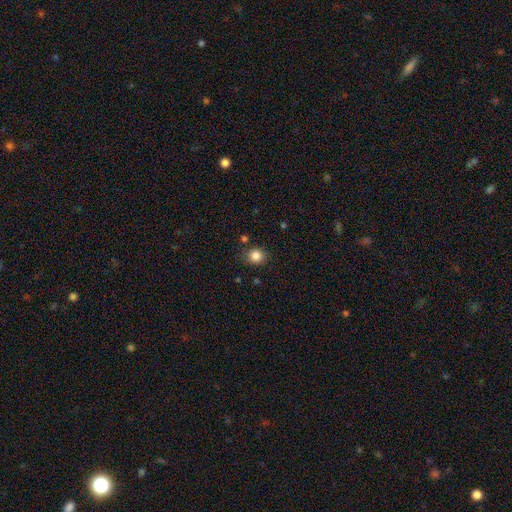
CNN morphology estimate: smooth_or_featured: smooth (p=0.85) [alt: star or artifact p=0.11]
how_rounded: round (p=0.81) [alt: in between p=0.18]
merging: none (p=0.80) [alt: minor disturbance p=0.13]